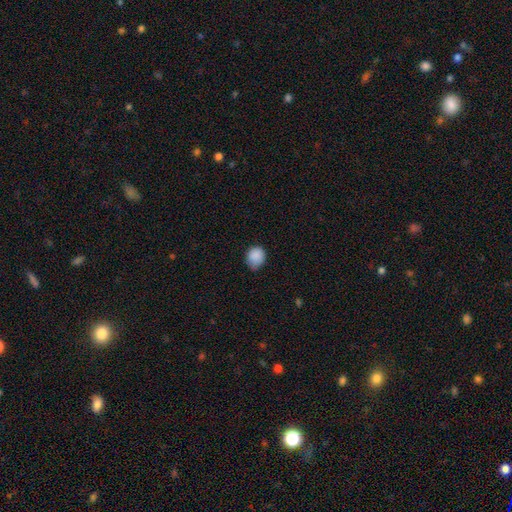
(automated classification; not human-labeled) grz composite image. It shows a smooth galaxy with no disk features (88%) that is round (66%). Merging: none (61%).